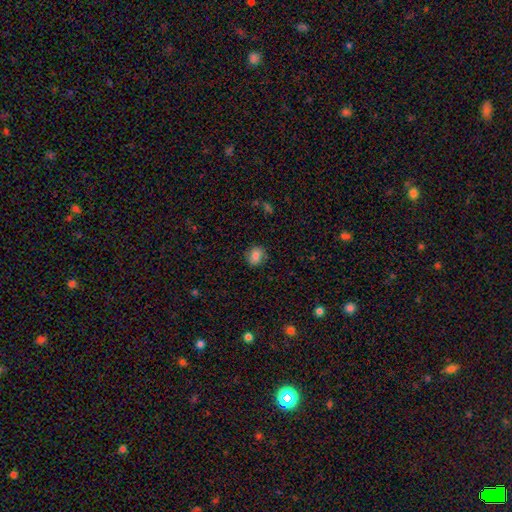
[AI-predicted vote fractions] A smooth galaxy with no disk features (80%) that is round (74%).

Vote fractions:
- Smooth or featured? smooth: 80% / star or artifact: 10% / featured or disk: 10%
- How rounded? round: 74% / in between: 25% / cigar-shaped: 1%
- Merging? none: 85% / minor disturbance: 11% / major disturbance: 3% / merger: 1%